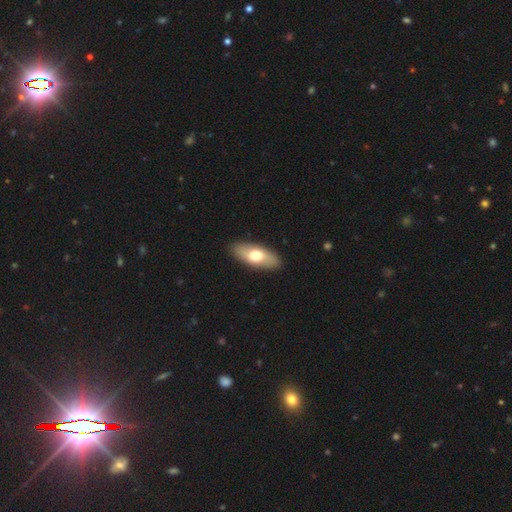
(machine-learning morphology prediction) A smooth galaxy with no disk features (66%) that is in between round and cigar-shaped (80%). Merging: none (90%).